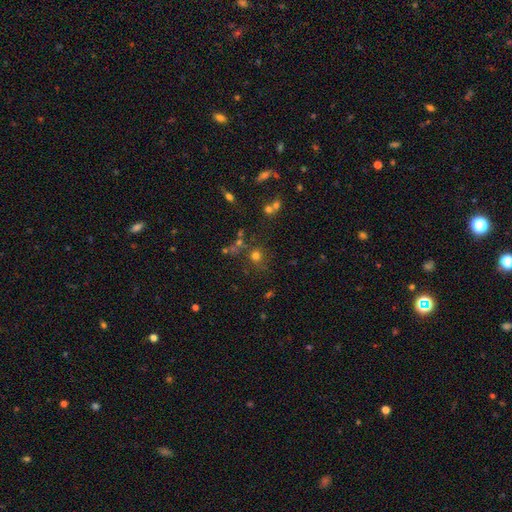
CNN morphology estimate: Smooth or featured?
  - smooth: 67% *
  - star or artifact: 24%
  - featured or disk: 10%
How rounded?
  - round: 90% *
  - in between: 9%
  - cigar-shaped: 1%
Merging?
  - none: 71% *
  - merger: 12%
  - minor disturbance: 11%
  - major disturbance: 6%